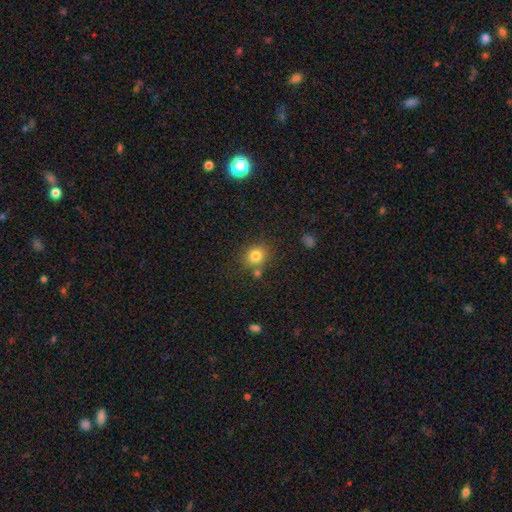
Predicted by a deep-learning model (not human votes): smooth-or-featured: smooth: 81% | star or artifact: 12% | featured or disk: 7%
  how-rounded: round: 72% | in between: 27% | cigar-shaped: 1%
  merging: none: 71% | minor disturbance: 13% | merger: 12% | major disturbance: 4%